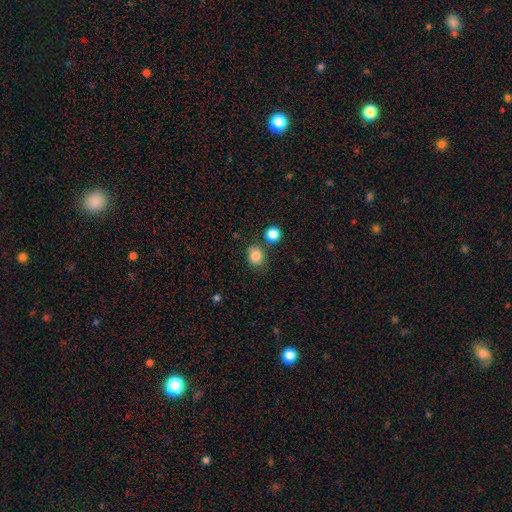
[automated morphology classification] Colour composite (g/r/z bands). It shows a smooth galaxy with no disk features (84%) that is round (64%). Merging: none (67%).